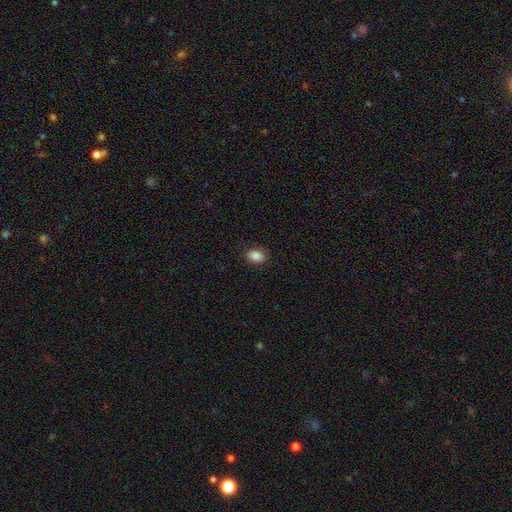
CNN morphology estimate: type=smooth (88%); roundness=in between (81%); merging=none (86%).